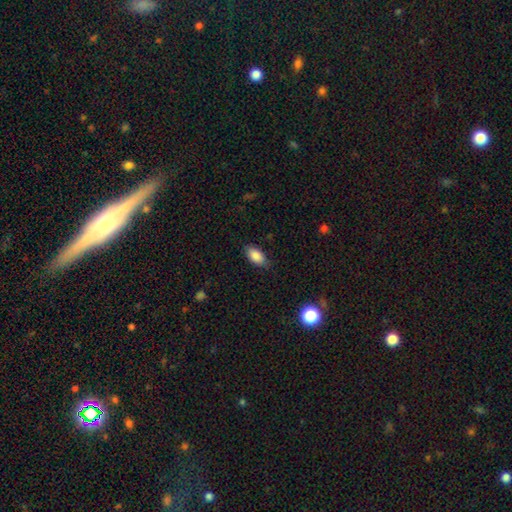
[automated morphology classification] smooth_or_featured: smooth (p=0.87) [alt: star or artifact p=0.07]
how_rounded: in between (p=0.91) [alt: round p=0.05]
merging: none (p=0.81) [alt: minor disturbance p=0.15]